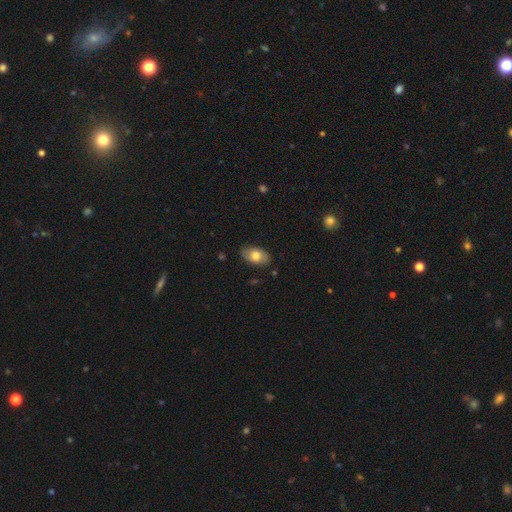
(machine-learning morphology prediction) type=smooth (74%); roundness=in between (92%); merging=none (82%).